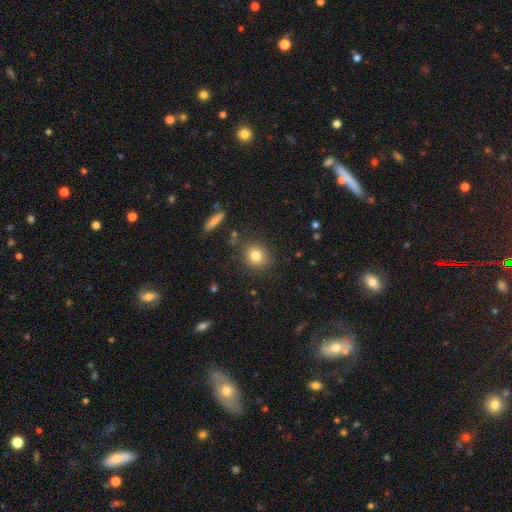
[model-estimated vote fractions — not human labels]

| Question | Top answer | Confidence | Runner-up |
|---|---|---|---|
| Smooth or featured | smooth | 81% | star or artifact (11%) |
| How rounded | round | 82% | in between (16%) |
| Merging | none | 84% | minor disturbance (10%) |